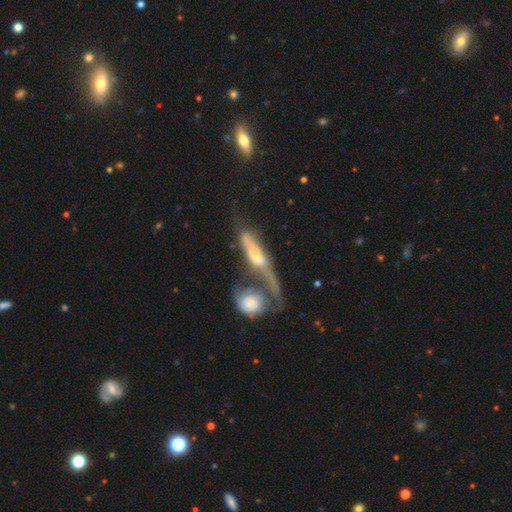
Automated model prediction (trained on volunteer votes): Q: Smooth or featured?
A: featured or disk (56%); runner-up: smooth (36%)
Q: Edge-on disk?
A: no (56%); runner-up: yes (44%)
Q: Merging?
A: merger (59%); runner-up: major disturbance (16%)